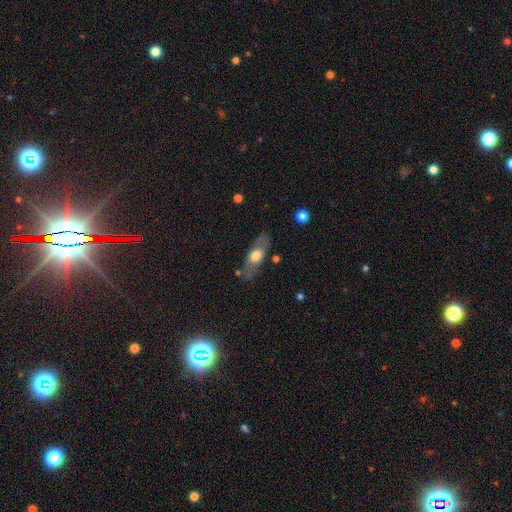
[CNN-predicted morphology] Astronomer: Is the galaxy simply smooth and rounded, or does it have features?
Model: smooth — 50% (runner-up: featured or disk, 44%).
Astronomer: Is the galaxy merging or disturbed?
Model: none — 73%.